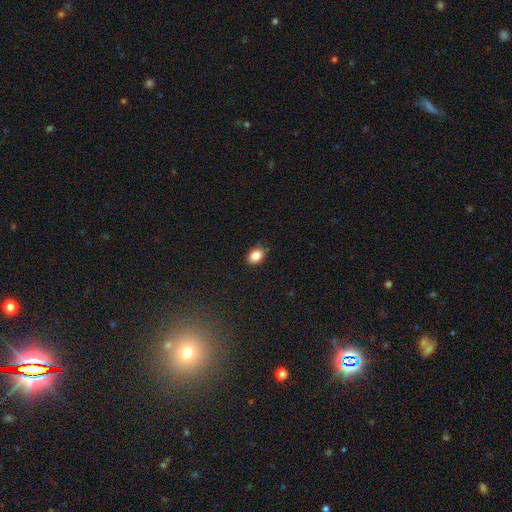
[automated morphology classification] The model was most divided on "how rounded": in between: 80%, round: 19%, cigar-shaped: 1%. More confident: smooth or featured — smooth (85%); merging — none (85%).